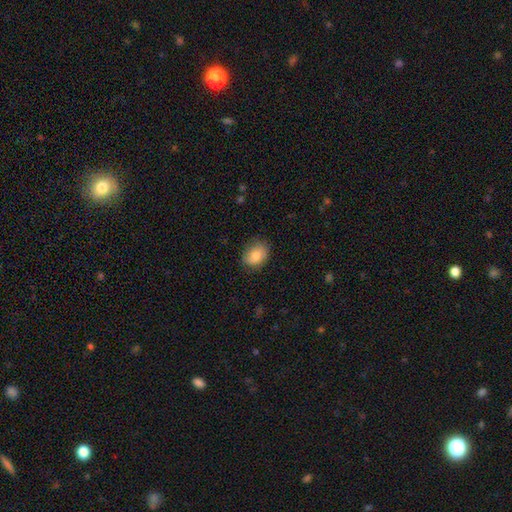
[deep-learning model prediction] Smooth or featured? smooth (84%)
How rounded? in between (68%)
Merging? none (78%)